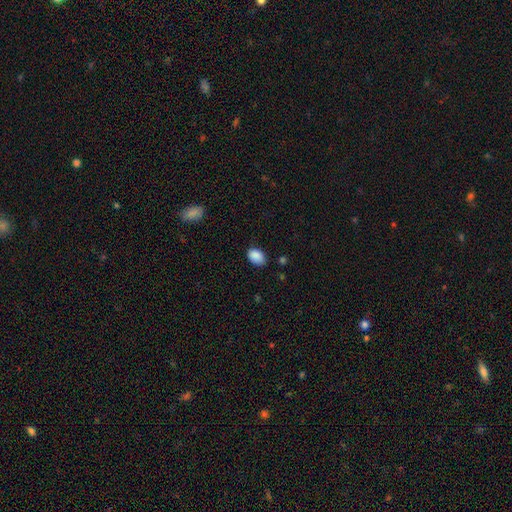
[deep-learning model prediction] smooth_or_featured: smooth (p=0.88) [alt: star or artifact p=0.08]
how_rounded: in between (p=0.85) [alt: round p=0.14]
merging: none (p=0.73) [alt: minor disturbance p=0.22]